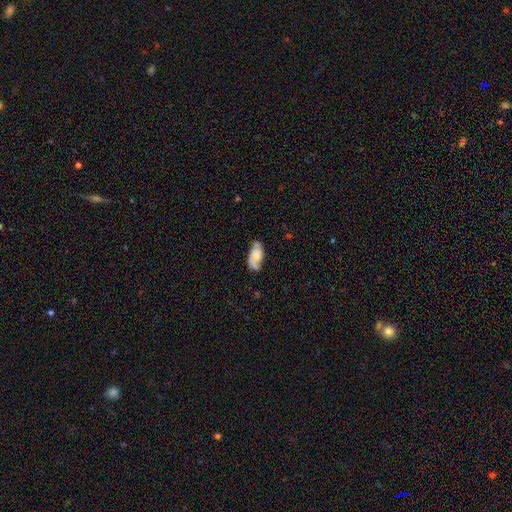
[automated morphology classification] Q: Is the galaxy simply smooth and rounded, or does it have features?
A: featured or disk — 50%.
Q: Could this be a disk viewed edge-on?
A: no — 93%.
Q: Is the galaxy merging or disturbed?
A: none — 65%.